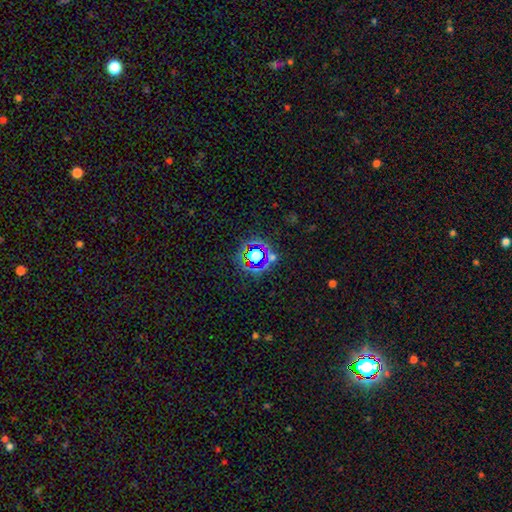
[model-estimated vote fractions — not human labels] Overall: star or artifact (58%; smooth 29%).